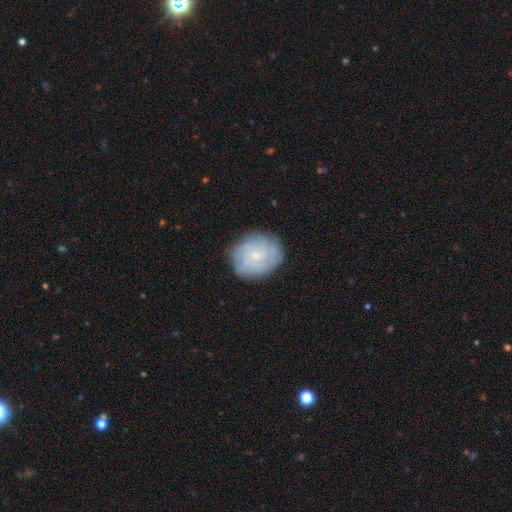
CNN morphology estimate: Smooth or featured? featured or disk (56%)
Edge-on disk? no (97%)
Bar? no (73%)
Spiral arms? yes (78%)
Bulge size? small (79%)
Merging? none (79%)